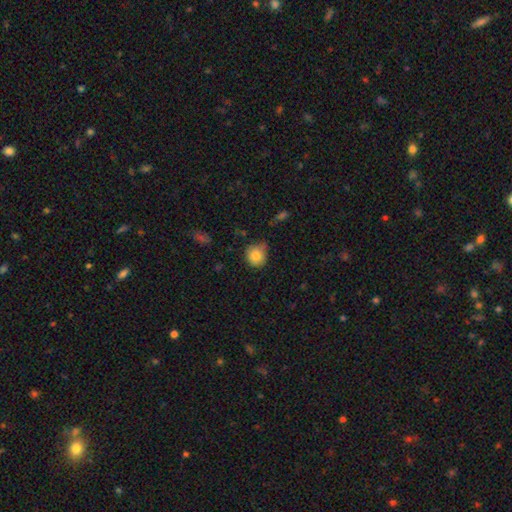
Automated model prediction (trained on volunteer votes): A smooth galaxy with no disk features (82%) that is round (87%).

Vote fractions:
- Smooth or featured? smooth: 82% / star or artifact: 10% / featured or disk: 8%
- How rounded? round: 87% / in between: 12% / cigar-shaped: 1%
- Merging? none: 65% / minor disturbance: 27% / major disturbance: 5% / merger: 3%